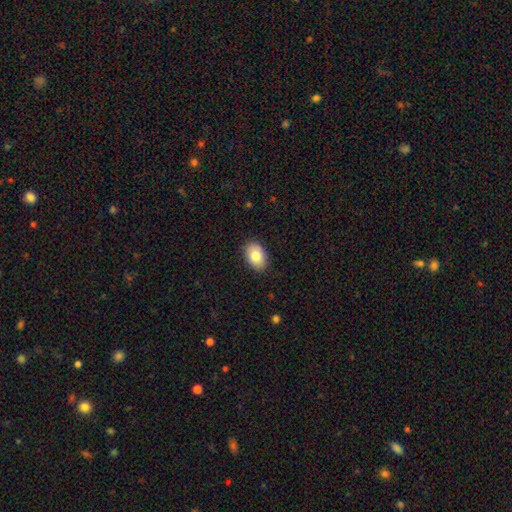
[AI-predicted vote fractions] smooth_or_featured: smooth (p=0.81) [alt: featured or disk p=0.12]
how_rounded: in between (p=0.84) [alt: round p=0.14]
merging: none (p=0.87) [alt: minor disturbance p=0.10]